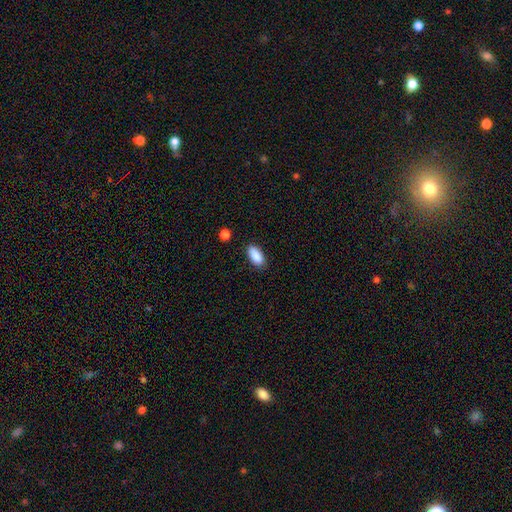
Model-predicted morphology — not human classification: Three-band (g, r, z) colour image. It shows a smooth galaxy with no disk features (89%) that is in between round and cigar-shaped (88%). Merging: none (84%).